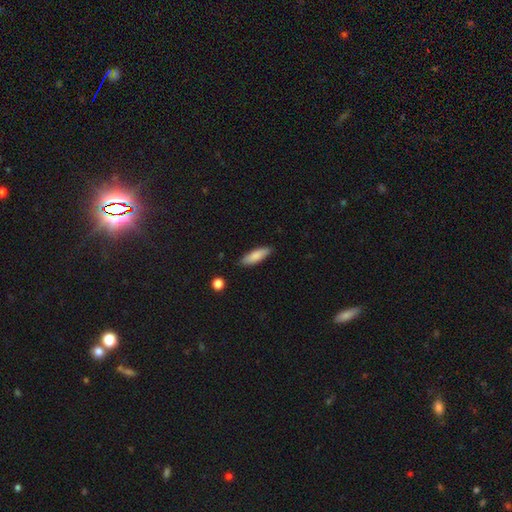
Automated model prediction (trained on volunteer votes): The model was most divided on "how rounded": in between: 50%, cigar-shaped: 48%, round: 2%. More confident: merging — none (86%); smooth or featured — smooth (84%).